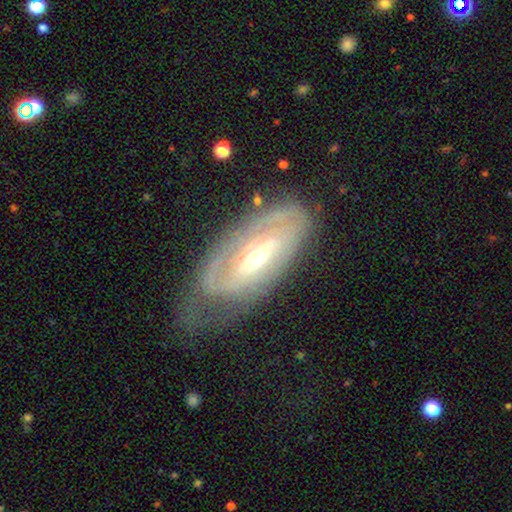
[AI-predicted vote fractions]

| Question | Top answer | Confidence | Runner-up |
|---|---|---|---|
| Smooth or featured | featured or disk | 77% | smooth (17%) |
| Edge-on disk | no | 89% | yes (11%) |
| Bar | weak | 40% | no (31%) |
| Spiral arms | yes | 72% | no (28%) |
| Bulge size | moderate | 66% | small (26%) |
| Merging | none | 49% | minor disturbance (30%) |